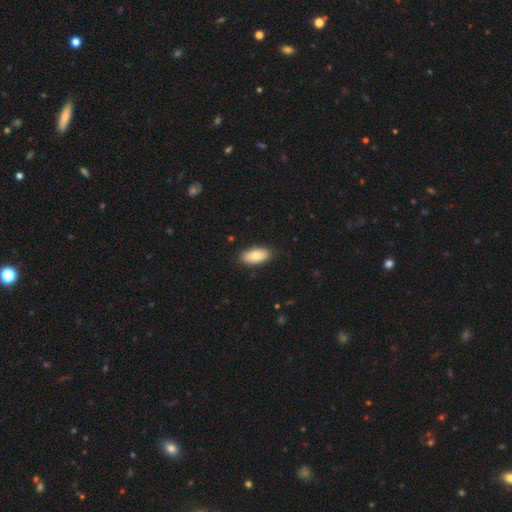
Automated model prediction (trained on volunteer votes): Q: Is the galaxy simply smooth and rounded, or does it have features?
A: smooth — 83%.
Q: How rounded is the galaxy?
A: in between — 91%.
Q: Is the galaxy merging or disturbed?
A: none — 87%.